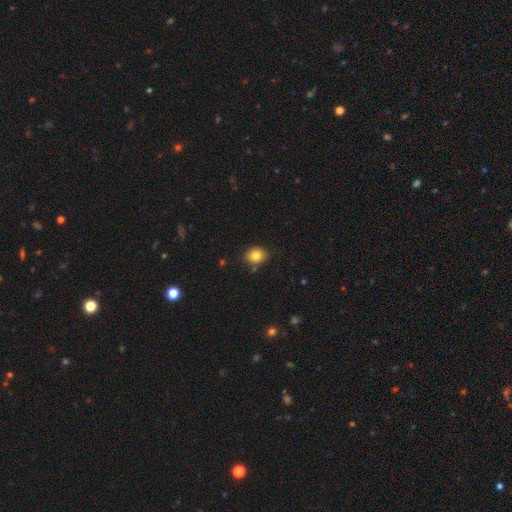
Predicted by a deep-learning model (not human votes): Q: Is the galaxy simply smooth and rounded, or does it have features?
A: smooth — 83%.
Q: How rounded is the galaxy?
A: round — 61%.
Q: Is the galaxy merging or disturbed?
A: none — 83%.